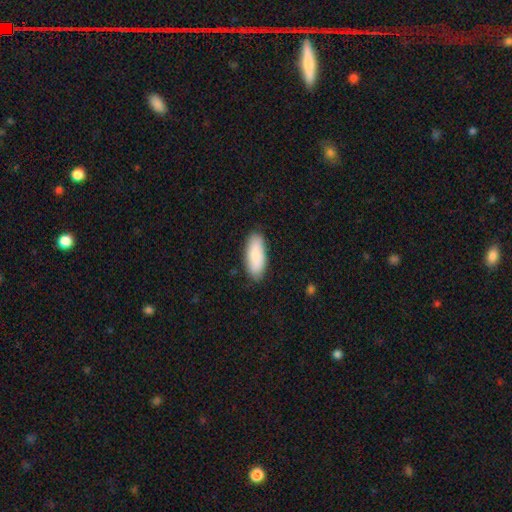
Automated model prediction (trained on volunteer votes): Q: Smooth or featured?
A: smooth (86%); runner-up: featured or disk (8%)
Q: How rounded?
A: in between (77%); runner-up: cigar-shaped (21%)
Q: Merging?
A: none (84%); runner-up: minor disturbance (12%)